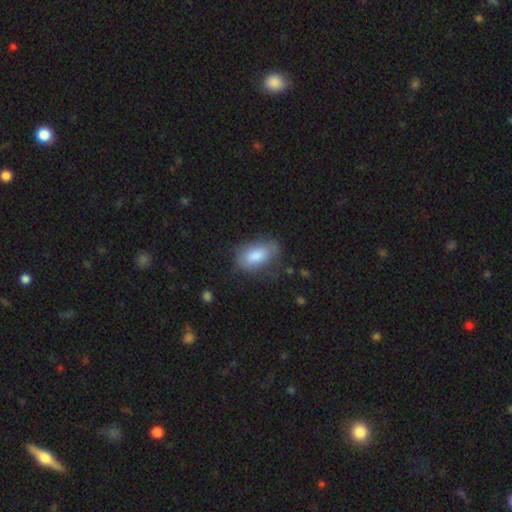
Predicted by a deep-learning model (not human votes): The model was most divided on "merging": none: 66%, minor disturbance: 25%, major disturbance: 8%, merger: 2%. More confident: how rounded — in between (91%); smooth or featured — smooth (82%).